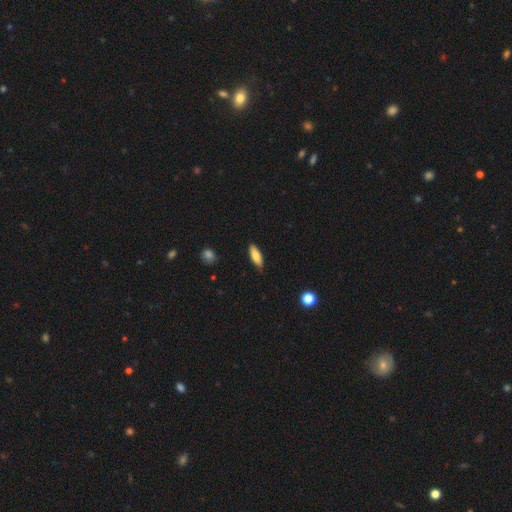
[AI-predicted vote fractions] This is likely a smooth galaxy (79%). How rounded: likely in between (65%). Merging: clearly none (84%).